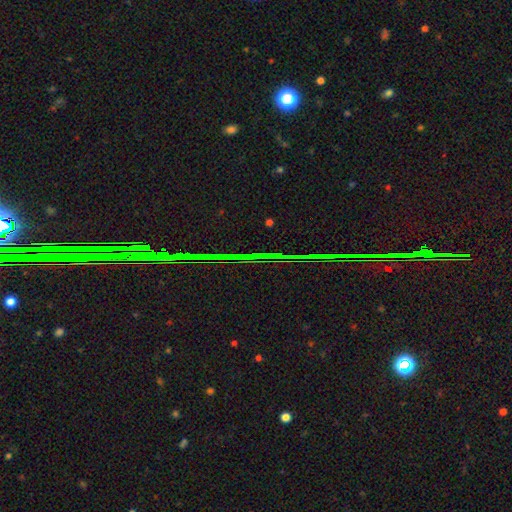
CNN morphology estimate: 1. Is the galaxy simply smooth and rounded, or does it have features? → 86% star or artifact, 8% featured or disk, 7% smooth.